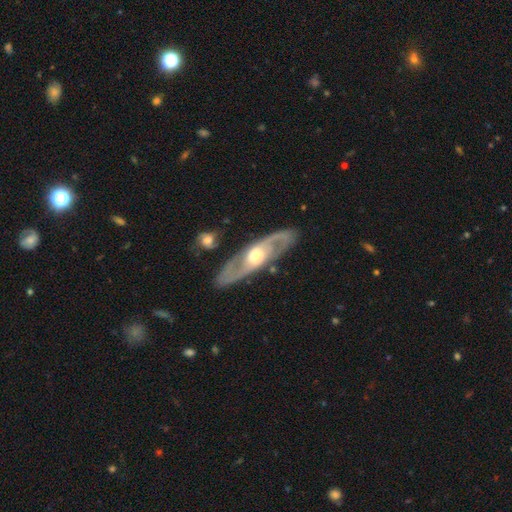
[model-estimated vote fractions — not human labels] Morphology: type=featured or disk (82%); edge-on=no (77%); bar=no (61%); spiral arms=yes (80%); winding=medium (50%); arm count=2 (87%); bulge=moderate (65%); merging=none (84%).